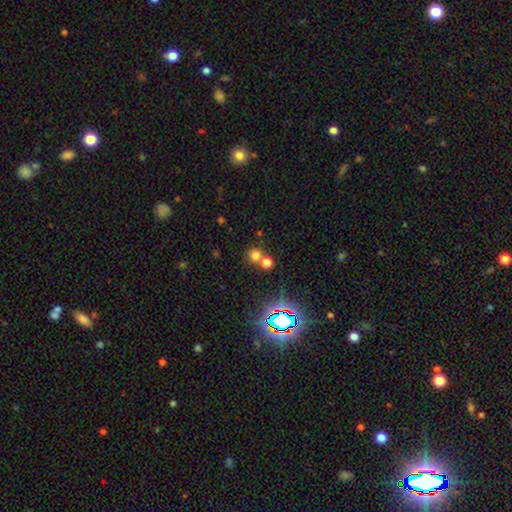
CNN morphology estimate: A smooth galaxy with no disk features (65%) that is round (88%). Merging: none (57%).